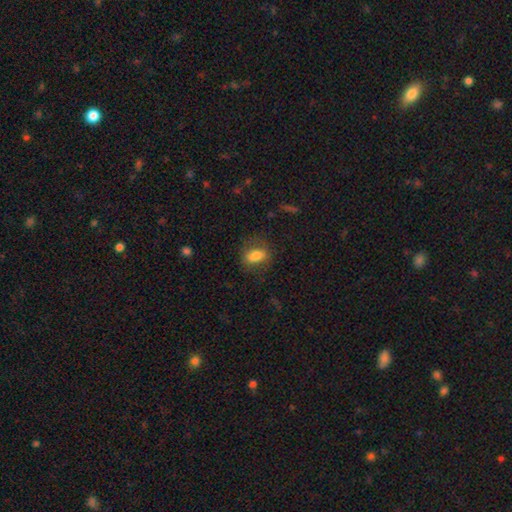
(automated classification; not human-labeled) Overall: smooth (75%). How rounded: in between (79%). Merging: none (72%).